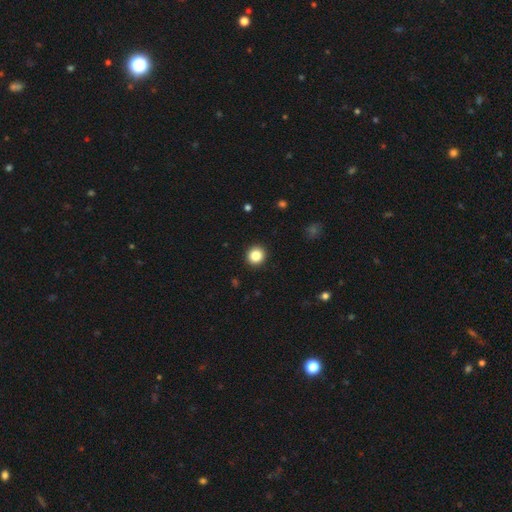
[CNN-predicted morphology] The model was most divided on "smooth or featured": smooth: 85%, star or artifact: 11%, featured or disk: 4%. More confident: merging — none (93%); how rounded — round (93%).